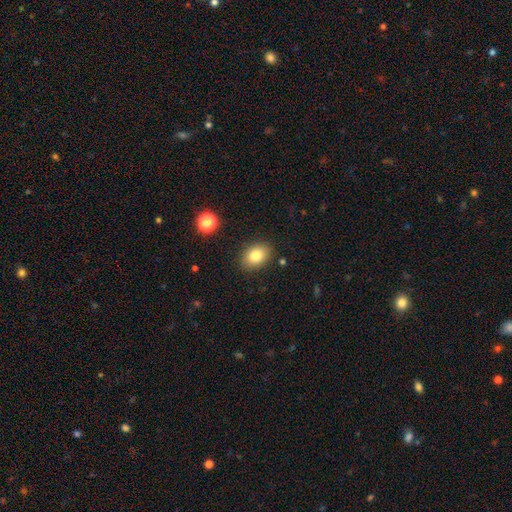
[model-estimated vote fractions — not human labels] A smooth galaxy with no disk features (81%) that is in between round and cigar-shaped (74%).

Vote fractions:
- Smooth or featured? smooth: 81% / star or artifact: 9% / featured or disk: 9%
- How rounded? in between: 74% / round: 24% / cigar-shaped: 1%
- Merging? none: 87% / minor disturbance: 9% / major disturbance: 3% / merger: 2%